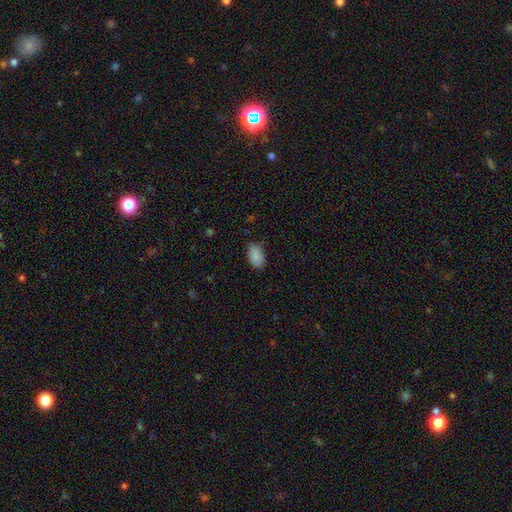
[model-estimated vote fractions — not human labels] Smooth or featured?
  - smooth: 88% *
  - star or artifact: 7%
  - featured or disk: 5%
How rounded?
  - in between: 92% *
  - round: 7%
  - cigar-shaped: 1%
Merging?
  - none: 75% *
  - minor disturbance: 20%
  - major disturbance: 3%
  - merger: 1%